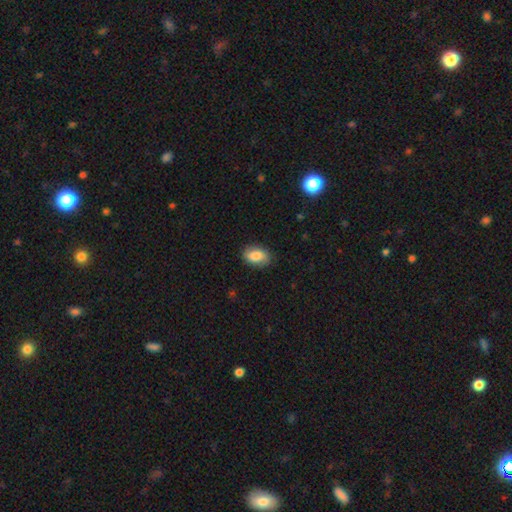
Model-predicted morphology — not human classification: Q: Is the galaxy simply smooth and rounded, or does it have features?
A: smooth — 83%.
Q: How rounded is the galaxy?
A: in between — 88%.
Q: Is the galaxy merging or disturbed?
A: none — 82%.